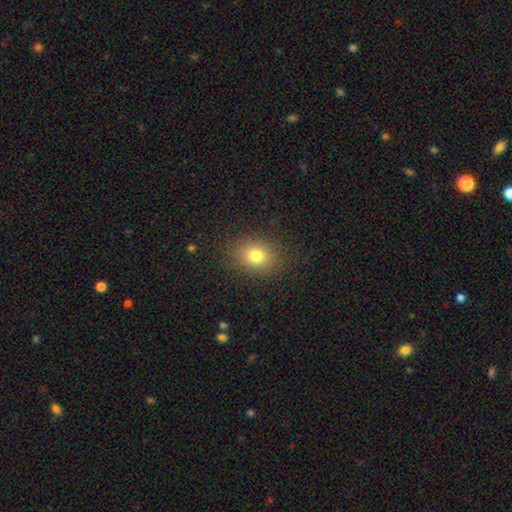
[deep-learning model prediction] Q: Smooth or featured?
A: smooth (78%); runner-up: star or artifact (13%)
Q: How rounded?
A: round (55%); runner-up: in between (44%)
Q: Merging?
A: none (86%); runner-up: minor disturbance (9%)